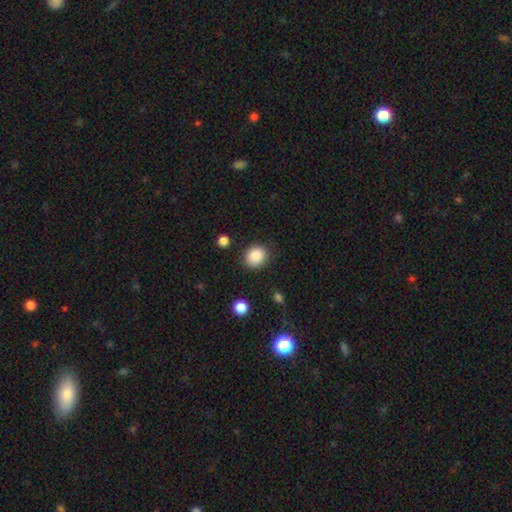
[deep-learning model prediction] Morphology: type=smooth (87%); roundness=round (73%); merging=none (87%).